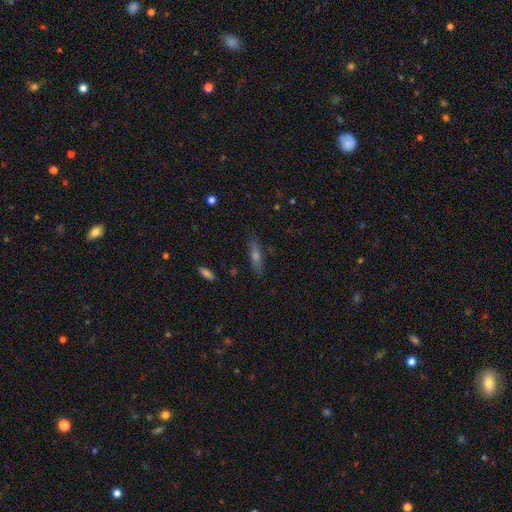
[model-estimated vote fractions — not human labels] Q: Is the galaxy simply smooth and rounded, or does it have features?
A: smooth — 44%.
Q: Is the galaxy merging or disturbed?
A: none — 86%.